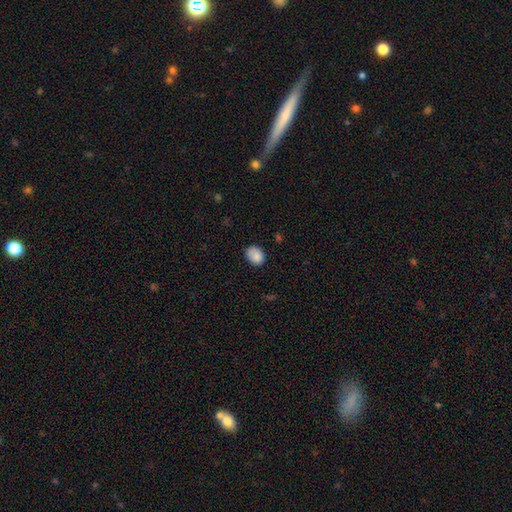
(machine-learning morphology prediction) Smooth or featured? smooth (85%)
How rounded? in between (59%)
Merging? none (73%)